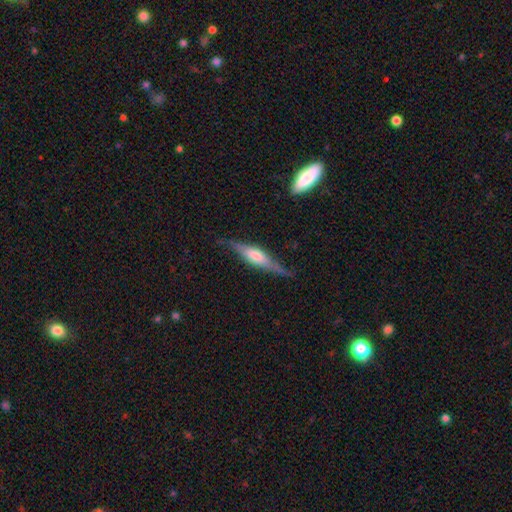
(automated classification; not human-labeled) featured or disk 68%, smooth 26%, star or artifact 6%. Down the decision tree: edge-on disk — yes (93%); edge-on bulge — rounded (69%); merging — none (73%).